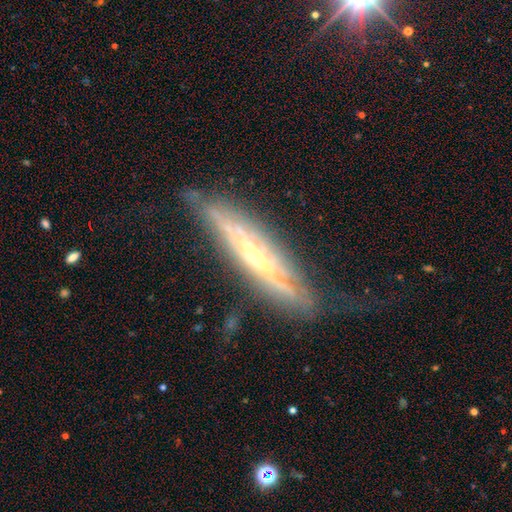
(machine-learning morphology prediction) The model was most divided on "edge-on bulge": rounded: 49%, none: 38%, boxy: 14%. More confident: smooth or featured — featured or disk (78%); edge-on disk — yes (77%); merging — none (68%).